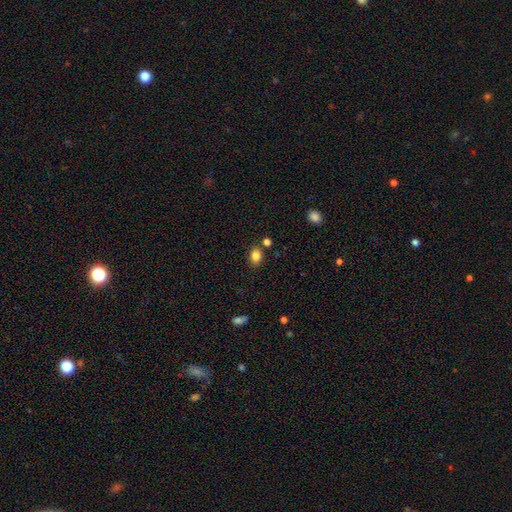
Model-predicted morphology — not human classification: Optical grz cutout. It shows a smooth galaxy with no disk features (83%) that is in between round and cigar-shaped (66%). Merging: none (79%).